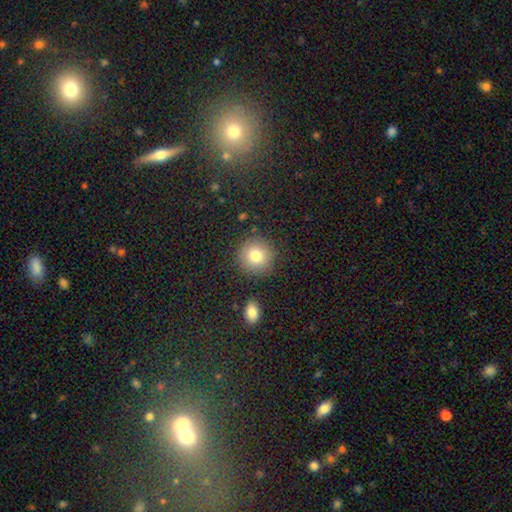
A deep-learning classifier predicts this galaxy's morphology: The model was most divided on "smooth or featured": smooth: 79%, star or artifact: 11%, featured or disk: 10%. More confident: how rounded — round (93%); merging — none (88%).